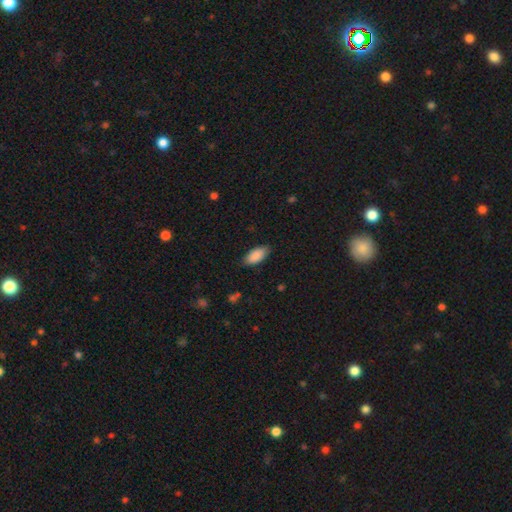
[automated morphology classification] smooth 89%, star or artifact 6%, featured or disk 5%. Down the decision tree: how rounded — in between (91%); merging — none (81%).